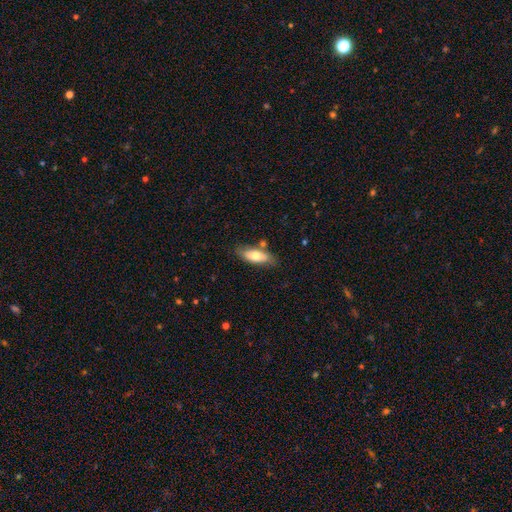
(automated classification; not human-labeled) Smooth or featured: smooth — 65% (featured or disk — 28%)
How rounded: in between — 78% (cigar-shaped — 20%)
Merging: none — 73% (minor disturbance — 16%)